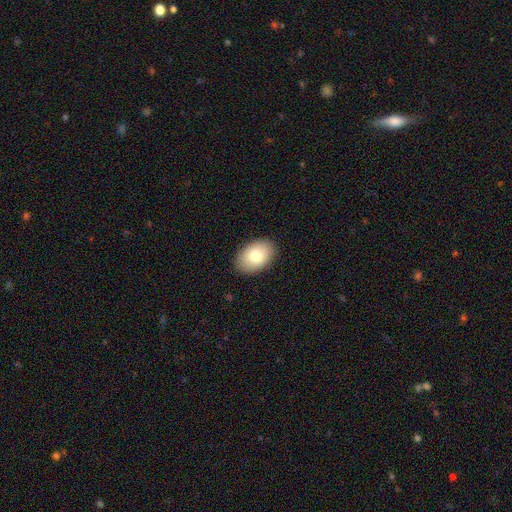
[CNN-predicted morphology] smooth-or-featured: smooth: 79% | featured or disk: 14% | star or artifact: 7%
  how-rounded: in between: 87% | round: 12% | cigar-shaped: 1%
  merging: none: 89% | minor disturbance: 8% | major disturbance: 2% | merger: 1%